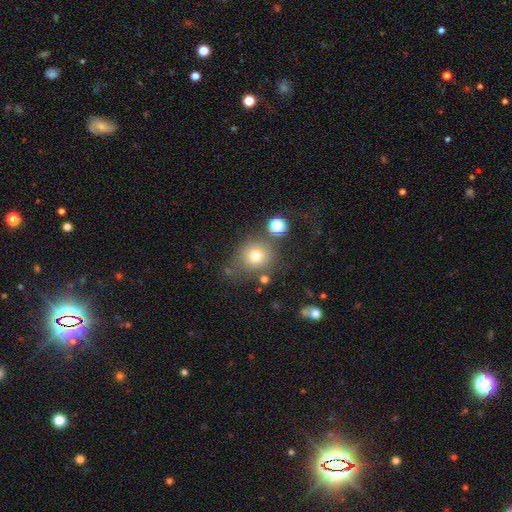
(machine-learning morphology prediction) Smooth or featured: smooth — 73% (star or artifact — 15%)
How rounded: round — 88% (in between — 11%)
Merging: none — 69% (minor disturbance — 14%)